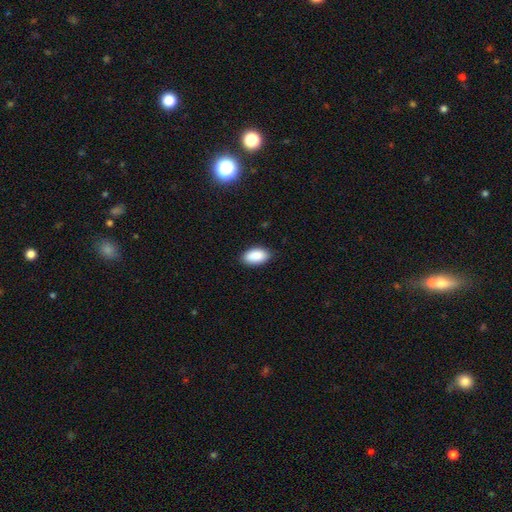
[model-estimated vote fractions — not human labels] smooth 90%, star or artifact 6%, featured or disk 4%. Down the decision tree: how rounded — in between (95%); merging — none (86%).